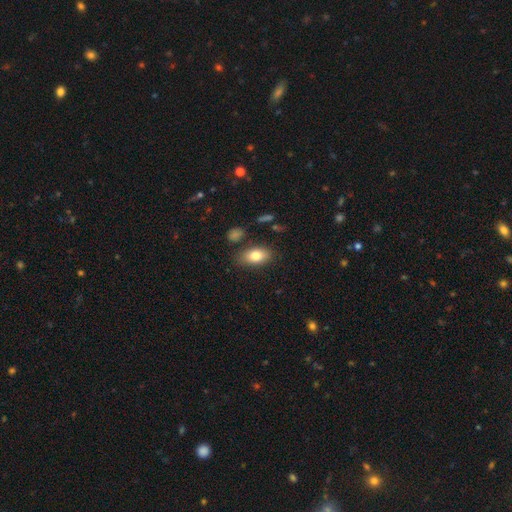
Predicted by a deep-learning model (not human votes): Smooth or featured? smooth (80%)
How rounded? in between (89%)
Merging? none (80%)